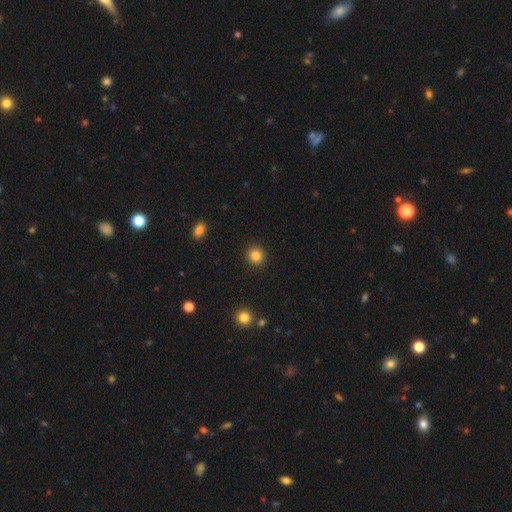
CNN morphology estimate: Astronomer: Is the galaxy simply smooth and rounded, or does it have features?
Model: smooth — 84%.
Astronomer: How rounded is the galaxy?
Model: round — 92%.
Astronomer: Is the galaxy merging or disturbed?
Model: none — 92%.